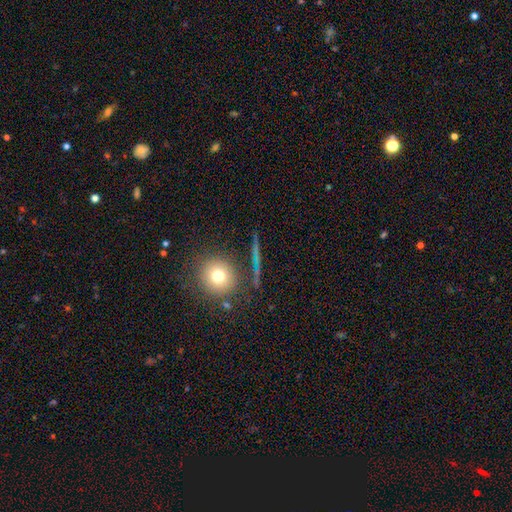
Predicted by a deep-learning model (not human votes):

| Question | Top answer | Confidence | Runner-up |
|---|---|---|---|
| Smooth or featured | smooth | 46% | featured or disk (33%) |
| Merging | none | 84% | minor disturbance (8%) |